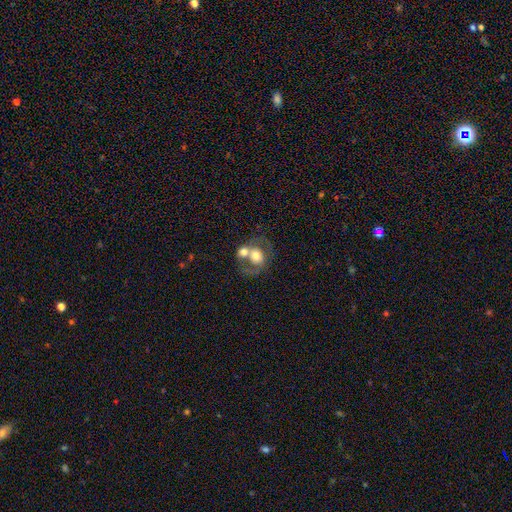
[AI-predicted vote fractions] Overall: smooth (51%; featured or disk 40%). How rounded: round (62%; in between 37%). Merging: merger (56%; none 26%).